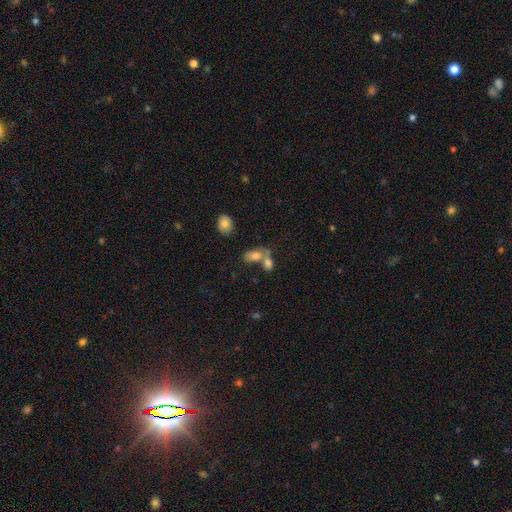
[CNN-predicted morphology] Smooth or featured? smooth (75%)
How rounded? in between (85%)
Merging? merger (54%)